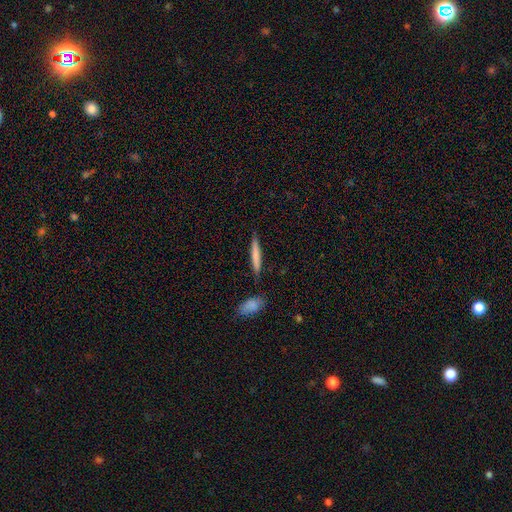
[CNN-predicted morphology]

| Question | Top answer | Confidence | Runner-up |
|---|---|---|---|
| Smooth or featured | smooth | 73% | featured or disk (21%) |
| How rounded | cigar-shaped | 93% | in between (6%) |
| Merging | none | 84% | minor disturbance (10%) |